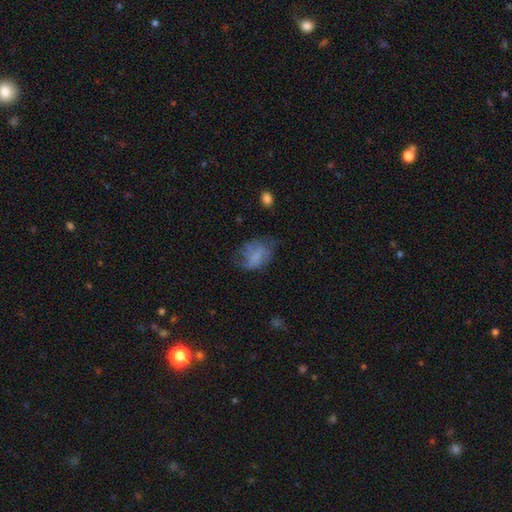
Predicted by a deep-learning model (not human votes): A smooth galaxy with no disk features (57%) that is in between round and cigar-shaped (80%).

Vote fractions:
- Smooth or featured? smooth: 57% / featured or disk: 32% / star or artifact: 10%
- How rounded? in between: 80% / round: 18% / cigar-shaped: 2%
- Merging? none: 41% / minor disturbance: 30% / major disturbance: 26% / merger: 3%